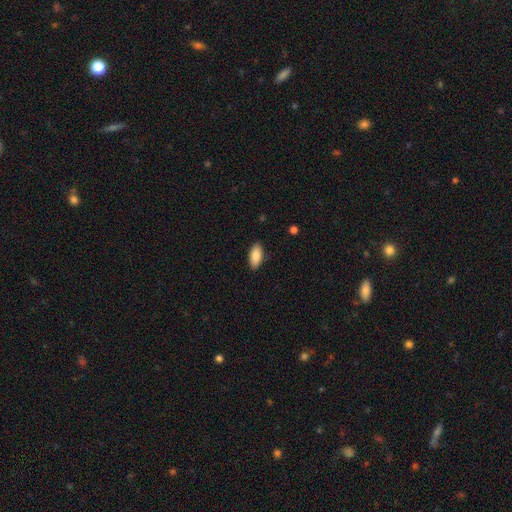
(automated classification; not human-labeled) Q: Smooth or featured?
A: smooth (86%); runner-up: featured or disk (7%)
Q: How rounded?
A: in between (89%); runner-up: cigar-shaped (9%)
Q: Merging?
A: none (87%); runner-up: minor disturbance (10%)